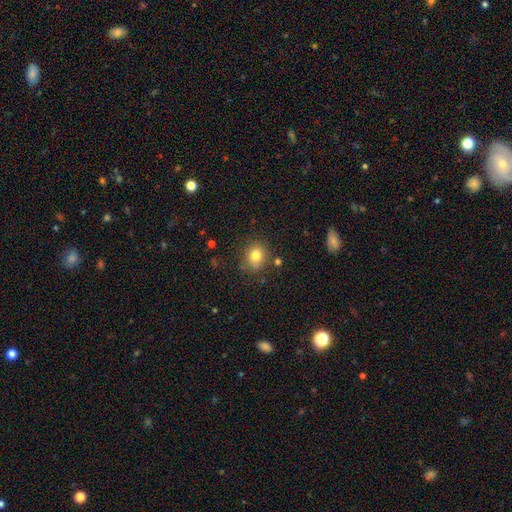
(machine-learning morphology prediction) smooth 79%, star or artifact 12%, featured or disk 9%. Down the decision tree: how rounded — round (73%); merging — none (80%).